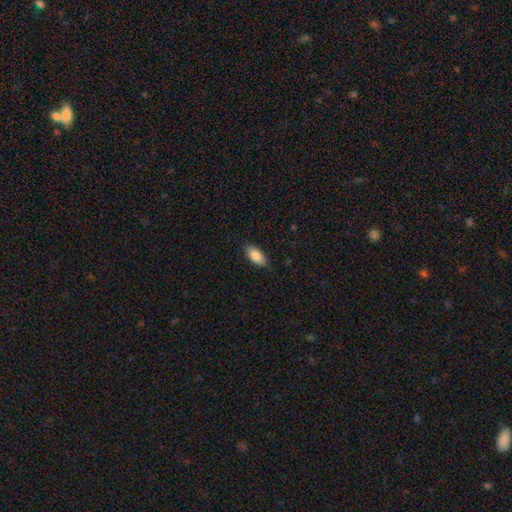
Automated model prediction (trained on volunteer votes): Smooth or featured: smooth — 86% (featured or disk — 7%)
How rounded: in between — 88% (cigar-shaped — 10%)
Merging: none — 85% (minor disturbance — 11%)